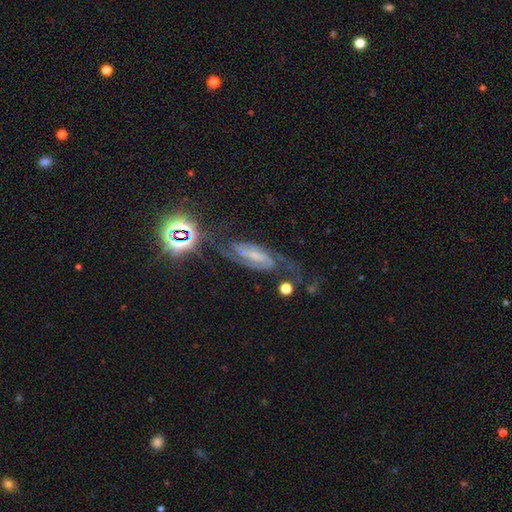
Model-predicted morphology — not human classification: Q: Smooth or featured?
A: featured or disk (80%); runner-up: star or artifact (11%)
Q: Edge-on disk?
A: no (94%); runner-up: yes (6%)
Q: Bar?
A: weak (43%); runner-up: strong (31%)
Q: Spiral arms?
A: yes (97%); runner-up: no (3%)
Q: Spiral winding?
A: medium (51%); runner-up: tight (33%)
Q: Spiral arm count?
A: 2 (86%); runner-up: can't tell (5%)
Q: Bulge size?
A: small (46%); runner-up: none (25%)
Q: Merging?
A: none (59%); runner-up: minor disturbance (19%)